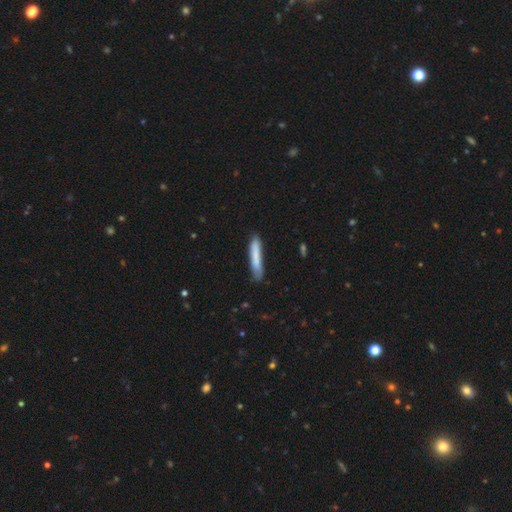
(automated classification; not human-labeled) Q: Smooth or featured?
A: smooth (78%); runner-up: featured or disk (16%)
Q: How rounded?
A: cigar-shaped (92%); runner-up: in between (7%)
Q: Merging?
A: none (73%); runner-up: minor disturbance (20%)